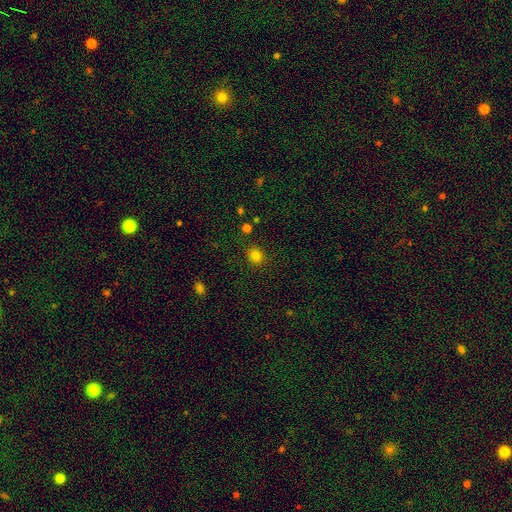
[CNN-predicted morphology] A smooth galaxy with no disk features (81%) that is round (79%). Merging: none (88%).